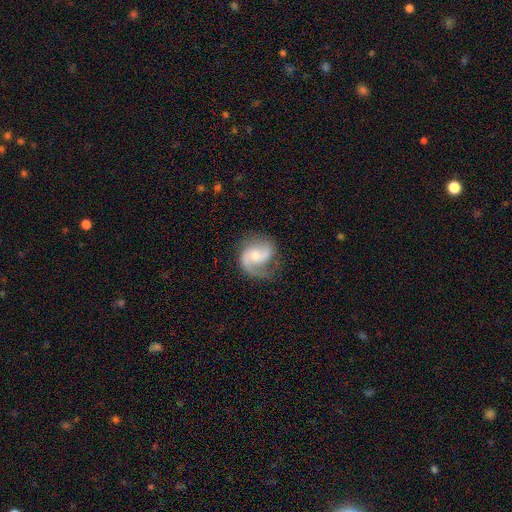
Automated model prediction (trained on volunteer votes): Smooth or featured?
  - featured or disk: 85% *
  - smooth: 10%
  - star or artifact: 5%
Edge-on disk?
  - no: 98% *
  - yes: 2%
Bar?
  - no: 50% *
  - weak: 41%
  - strong: 9%
Spiral arms?
  - yes: 97% *
  - no: 3%
Spiral winding?
  - medium: 51% *
  - loose: 32%
  - tight: 18%
Spiral arm count?
  - 2: 78% *
  - 1: 15%
  - can't tell: 3%
  - 3: 2%
  - 4: 1%
  - more than 4: 1%
Bulge size?
  - moderate: 48% *
  - small: 39%
  - none: 6%
  - large: 6%
  - dominant: 1%
Merging?
  - none: 66% *
  - minor disturbance: 20%
  - major disturbance: 12%
  - merger: 2%